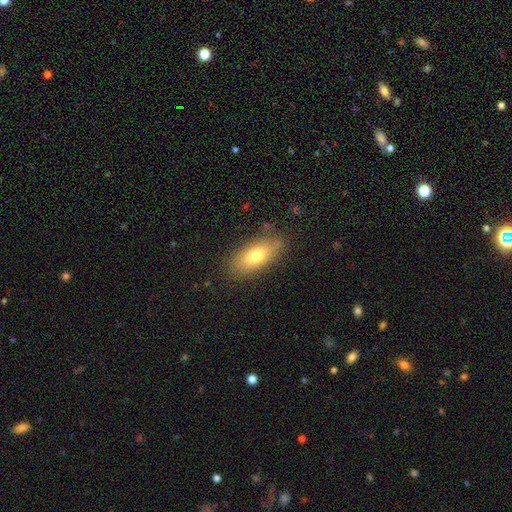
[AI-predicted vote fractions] Smooth or featured?
  - smooth: 72% *
  - featured or disk: 20%
  - star or artifact: 8%
How rounded?
  - in between: 81% *
  - cigar-shaped: 15%
  - round: 4%
Merging?
  - none: 82% *
  - minor disturbance: 13%
  - major disturbance: 3%
  - merger: 2%